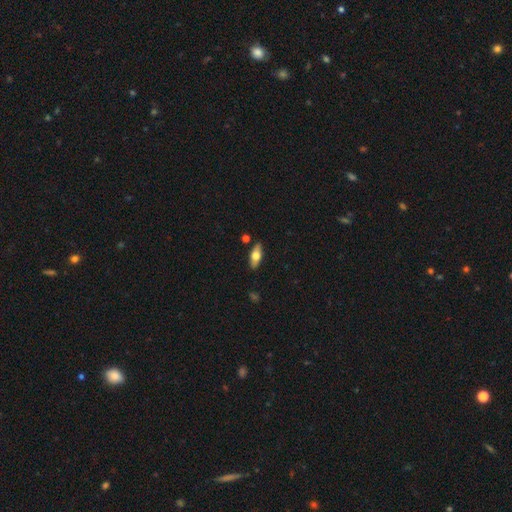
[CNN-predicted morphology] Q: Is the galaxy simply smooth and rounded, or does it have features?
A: smooth — 57%.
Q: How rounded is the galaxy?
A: in between — 74%.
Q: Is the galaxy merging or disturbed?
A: none — 87%.